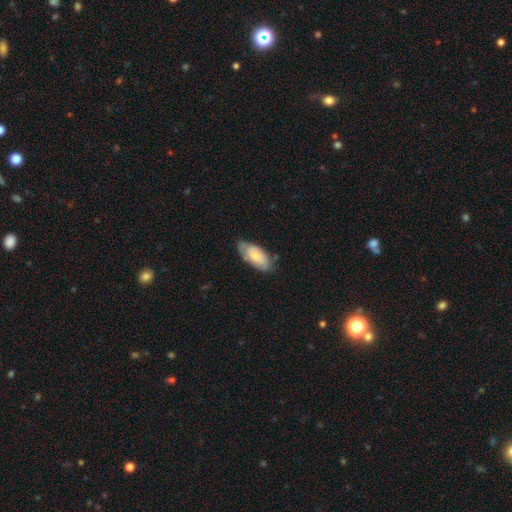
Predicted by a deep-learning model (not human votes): Morphology: type=smooth (68%); roundness=in between (89%); merging=none (66%).